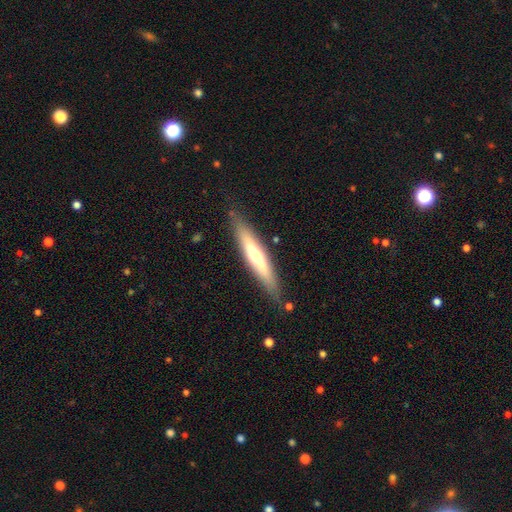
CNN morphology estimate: Smooth or featured?
  - featured or disk: 48% *
  - smooth: 46%
  - star or artifact: 6%
Merging?
  - none: 83% *
  - minor disturbance: 12%
  - major disturbance: 3%
  - merger: 2%